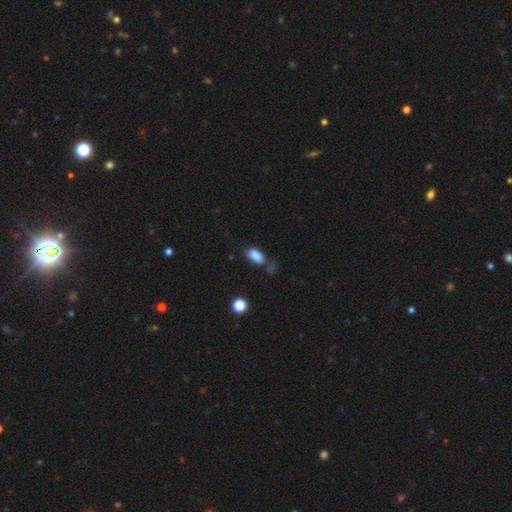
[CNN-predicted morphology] Overall: smooth (85%). How rounded: in between (89%). Merging: none (60%; minor disturbance 23%).